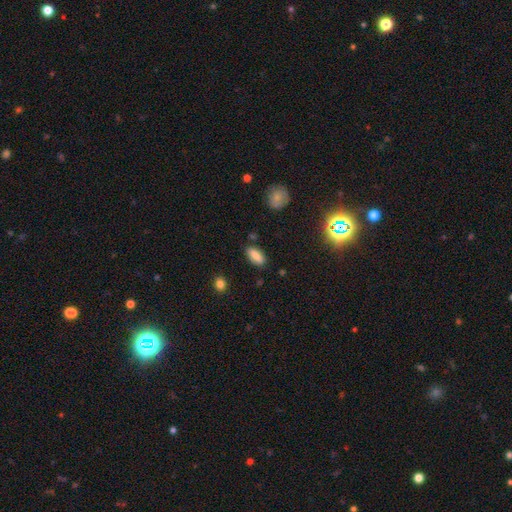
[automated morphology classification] Smooth or featured? Predicted: smooth (p=0.80). How rounded? Predicted: in between (p=0.84). Merging? Predicted: none (p=0.83).